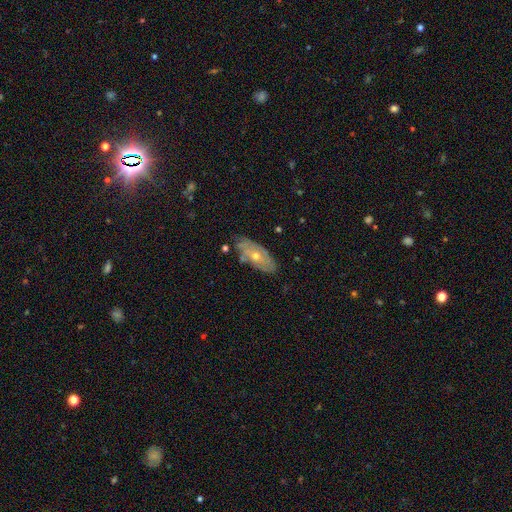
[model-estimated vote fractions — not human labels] This appears to be a featured or disk galaxy (65%) with no bar (80%), spiral arms (61%) and a moderate central bulge (51%). Merging: none (75%).